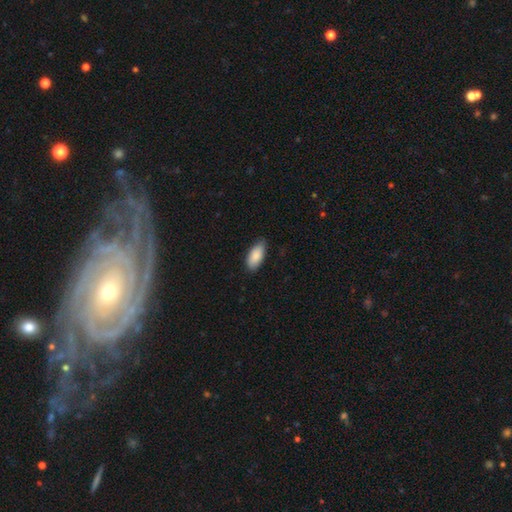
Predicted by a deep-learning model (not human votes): This appears to be a smooth galaxy with no disk features (86%) that is in between round and cigar-shaped (89%). Merging: none (80%).